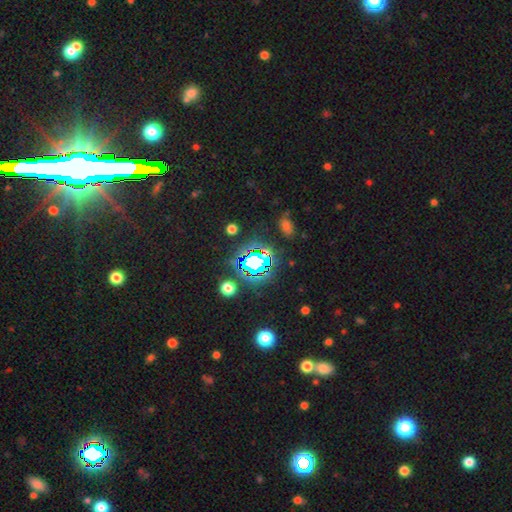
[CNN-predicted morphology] Q: Smooth or featured?
A: star or artifact (74%); runner-up: smooth (17%)